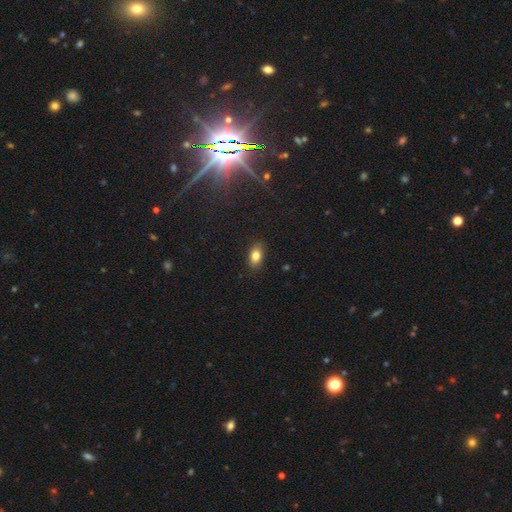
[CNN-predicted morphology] A smooth galaxy with no disk features (79%) that is in between round and cigar-shaped (88%).

Vote fractions:
- Smooth or featured? smooth: 79% / featured or disk: 12% / star or artifact: 9%
- How rounded? in between: 88% / round: 8% / cigar-shaped: 5%
- Merging? none: 86% / minor disturbance: 11% / major disturbance: 2% / merger: 1%